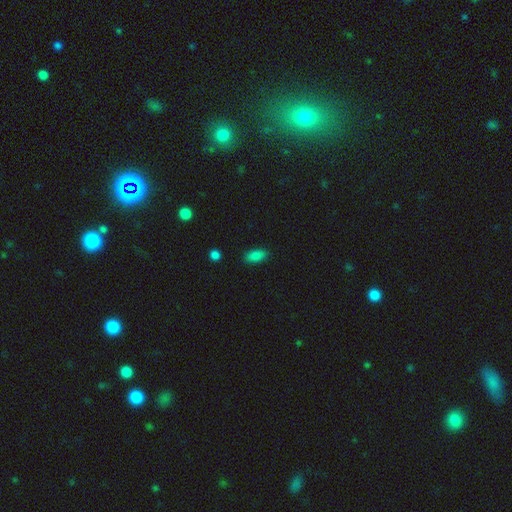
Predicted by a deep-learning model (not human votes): Overall: smooth (86%). How rounded: in between (88%). Merging: none (87%).